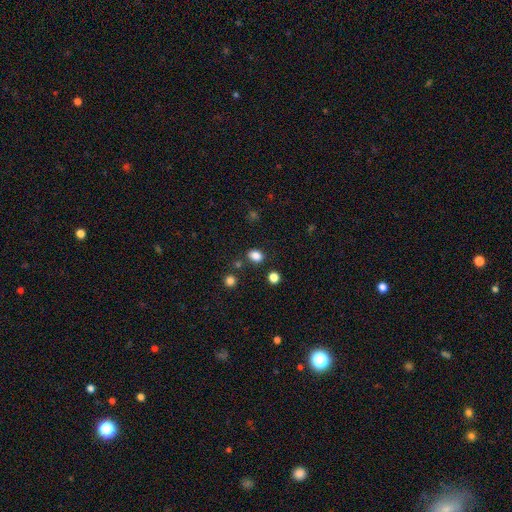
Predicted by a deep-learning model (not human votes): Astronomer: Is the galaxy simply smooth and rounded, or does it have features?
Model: smooth — 83%.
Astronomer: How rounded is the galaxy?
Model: in between — 64%.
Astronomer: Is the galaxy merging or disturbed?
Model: none — 81%.